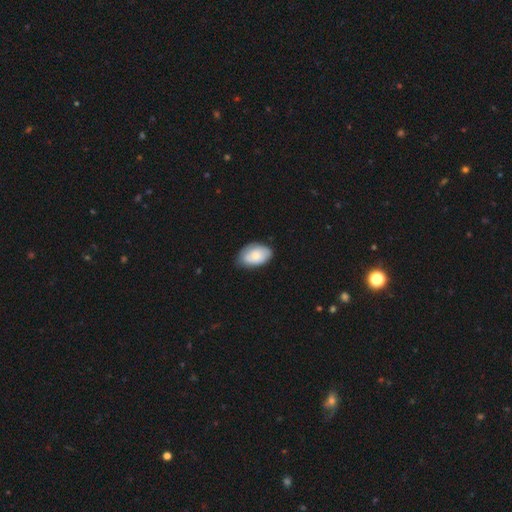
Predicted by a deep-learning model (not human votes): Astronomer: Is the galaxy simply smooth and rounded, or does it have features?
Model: smooth — 70%.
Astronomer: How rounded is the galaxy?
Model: in between — 91%.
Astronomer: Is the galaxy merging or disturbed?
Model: none — 72%.